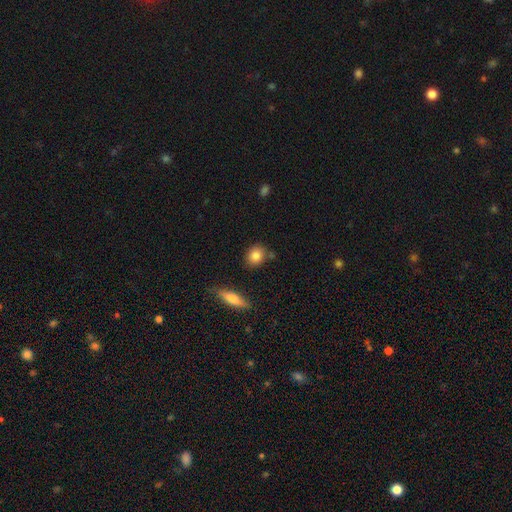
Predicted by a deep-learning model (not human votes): This appears to be a smooth galaxy with no disk features (84%) that is round (62%). Merging: none (76%).